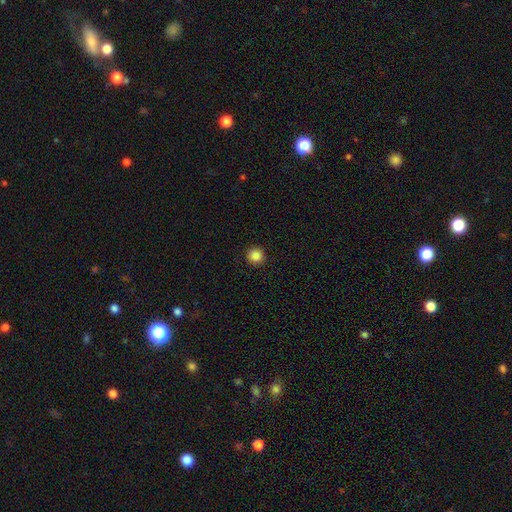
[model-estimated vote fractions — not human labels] Overall: smooth (86%). How rounded: round (95%). Merging: none (94%).